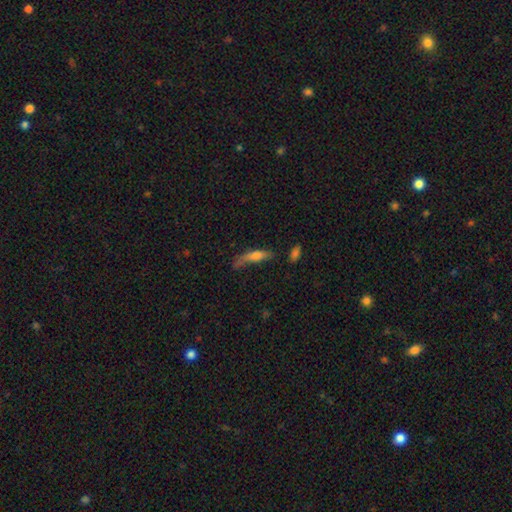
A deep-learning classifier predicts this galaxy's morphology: smooth-or-featured: smooth: 62% | featured or disk: 29% | star or artifact: 9%
  how-rounded: cigar-shaped: 67% | in between: 30% | round: 3%
  merging: none: 38% | minor disturbance: 29% | major disturbance: 26% | merger: 7%